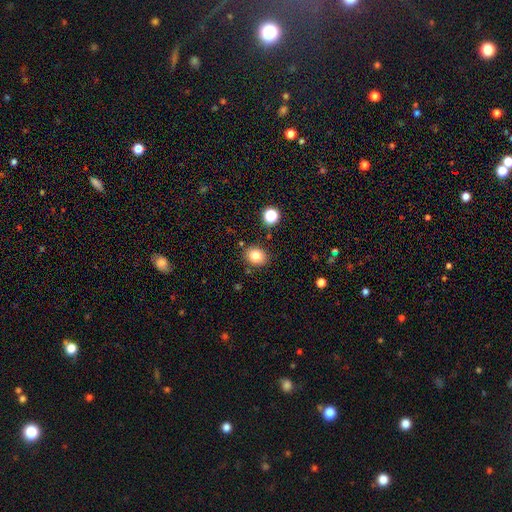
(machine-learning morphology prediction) Q: Smooth or featured?
A: smooth (81%); runner-up: star or artifact (11%)
Q: How rounded?
A: round (59%); runner-up: in between (40%)
Q: Merging?
A: none (85%); runner-up: minor disturbance (9%)